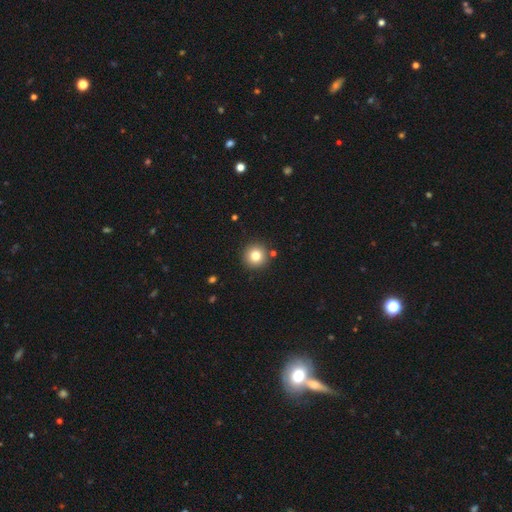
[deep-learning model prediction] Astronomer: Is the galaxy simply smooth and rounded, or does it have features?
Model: smooth — 81%.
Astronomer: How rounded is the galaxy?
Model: round — 96%.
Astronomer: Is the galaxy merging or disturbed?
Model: none — 89%.